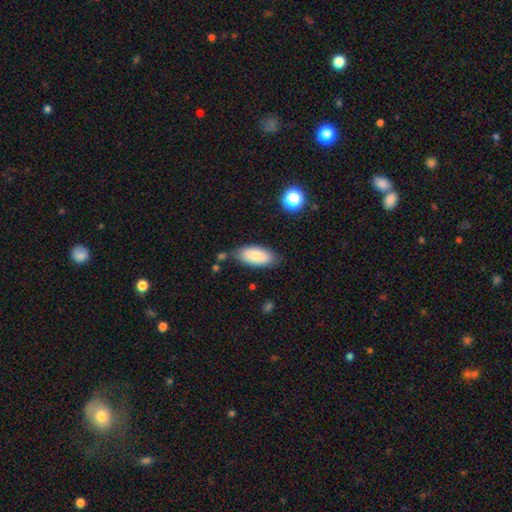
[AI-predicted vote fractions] Smooth or featured?
  - smooth: 81% *
  - featured or disk: 12%
  - star or artifact: 7%
How rounded?
  - in between: 90% *
  - cigar-shaped: 8%
  - round: 2%
Merging?
  - none: 74% *
  - minor disturbance: 18%
  - merger: 4%
  - major disturbance: 4%